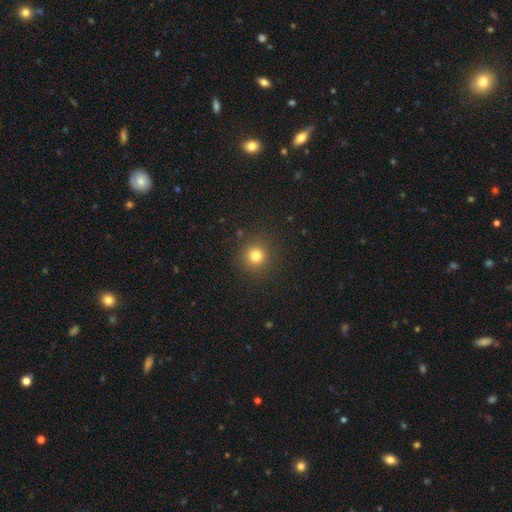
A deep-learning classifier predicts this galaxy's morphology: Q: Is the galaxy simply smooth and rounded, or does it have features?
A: smooth — 80%.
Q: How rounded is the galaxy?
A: round — 94%.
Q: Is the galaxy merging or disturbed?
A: none — 89%.